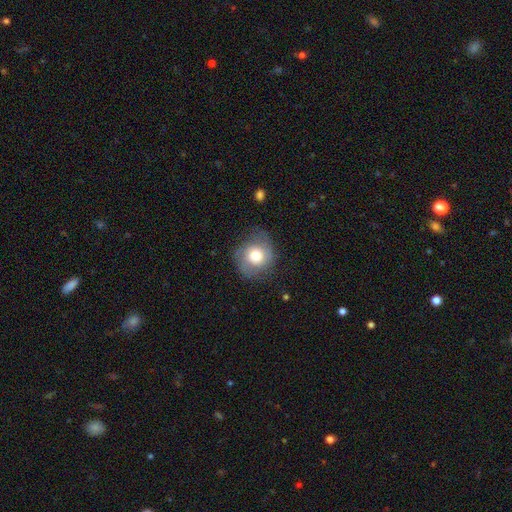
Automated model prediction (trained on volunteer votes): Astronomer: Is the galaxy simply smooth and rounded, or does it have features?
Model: smooth — 56% (runner-up: featured or disk, 36%).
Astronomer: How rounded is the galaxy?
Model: round — 82%.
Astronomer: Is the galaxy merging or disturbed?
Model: none — 64%.